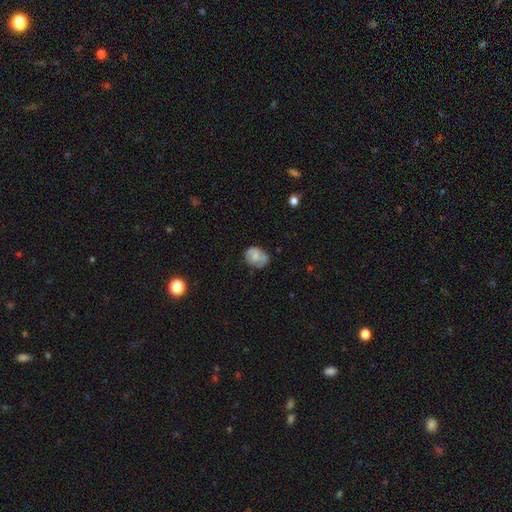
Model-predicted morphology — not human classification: Smooth or featured: smooth — 64% (featured or disk — 27%)
How rounded: in between — 53% (round — 46%)
Merging: none — 56% (minor disturbance — 31%)